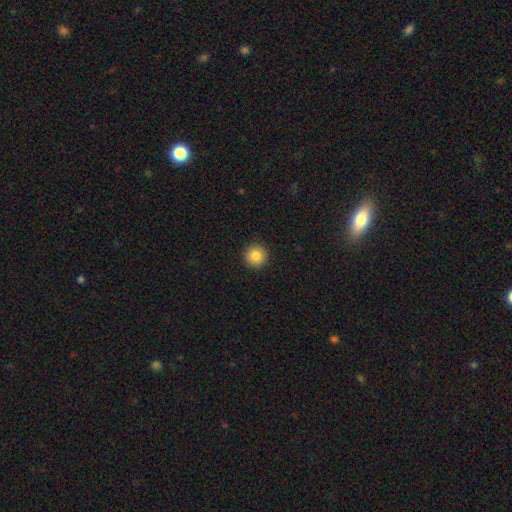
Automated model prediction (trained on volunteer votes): Smooth or featured: smooth — 84% (star or artifact — 10%)
How rounded: round — 96% (in between — 3%)
Merging: none — 93% (minor disturbance — 5%)